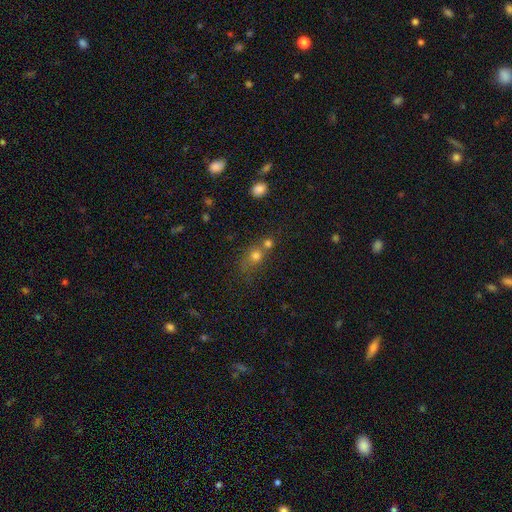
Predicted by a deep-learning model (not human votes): A smooth galaxy with no disk features (72%) that is round (73%).

Vote fractions:
- Smooth or featured? smooth: 72% / star or artifact: 16% / featured or disk: 12%
- How rounded? round: 73% / in between: 25% / cigar-shaped: 2%
- Merging? merger: 46% / none: 38% / minor disturbance: 10% / major disturbance: 6%